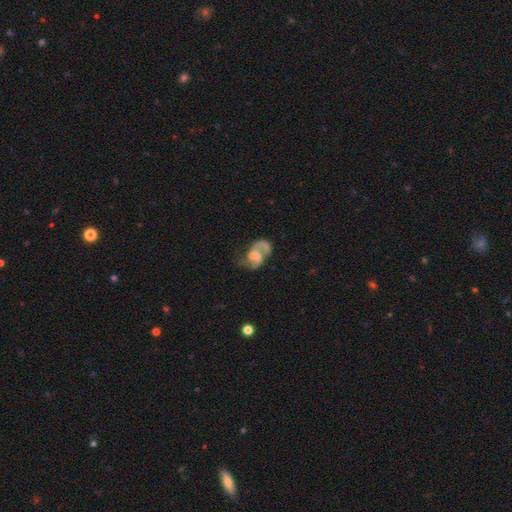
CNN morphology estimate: Overall: featured or disk (74%). Edge-on disk: no (98%). Bar: no (50%; weak 40%). Spiral arms: yes (87%). Spiral arm count: 2 (78%). Spiral winding: loose (48%; medium 41%). Bulge size: moderate (36%; small 30%). Merging: none (40%; major disturbance 27%).